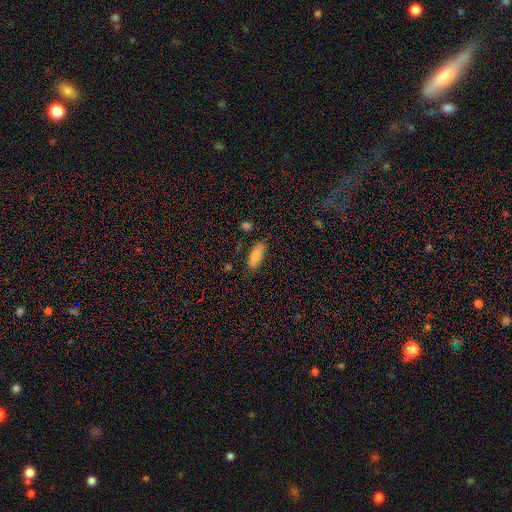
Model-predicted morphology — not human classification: Overall: smooth (84%). How rounded: in between (75%). Merging: none (82%).